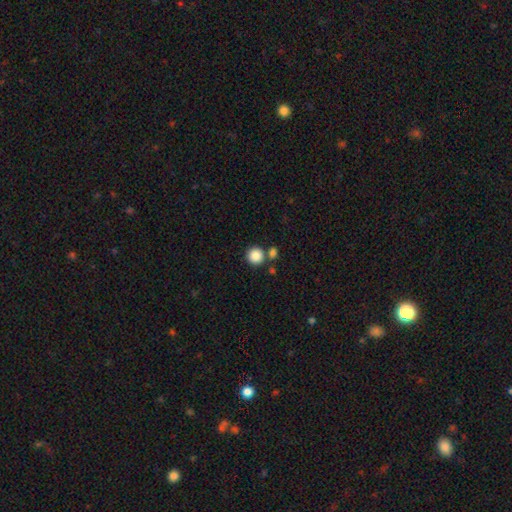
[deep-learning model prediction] This appears to be a smooth galaxy with no disk features (87%) that is round (93%). Merging: none (72%).